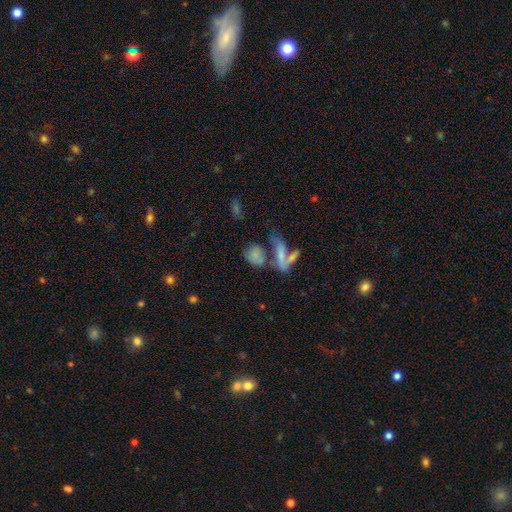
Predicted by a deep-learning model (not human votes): Overall: smooth (68%). How rounded: in between (68%). Merging: merger (48%; none 30%).